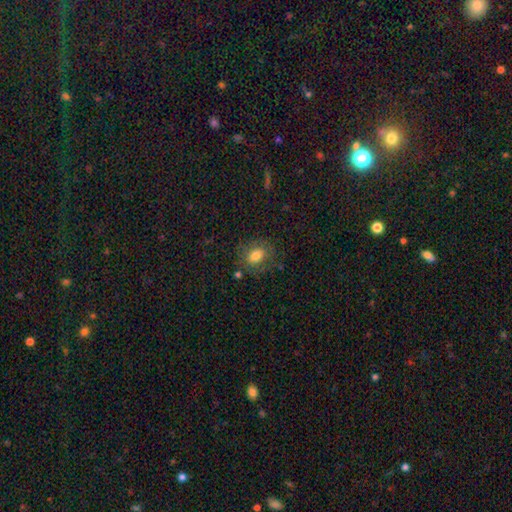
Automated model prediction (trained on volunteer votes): Q: Smooth or featured?
A: smooth (72%); runner-up: featured or disk (18%)
Q: How rounded?
A: in between (54%); runner-up: round (45%)
Q: Merging?
A: none (72%); runner-up: minor disturbance (17%)